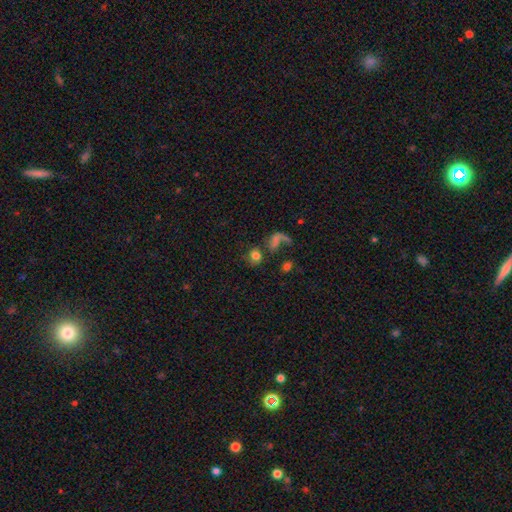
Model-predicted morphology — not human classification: Smooth or featured?
  - smooth: 70% *
  - featured or disk: 18%
  - star or artifact: 12%
How rounded?
  - round: 76% *
  - in between: 22%
  - cigar-shaped: 2%
Merging?
  - none: 47% *
  - merger: 21%
  - major disturbance: 20%
  - minor disturbance: 12%